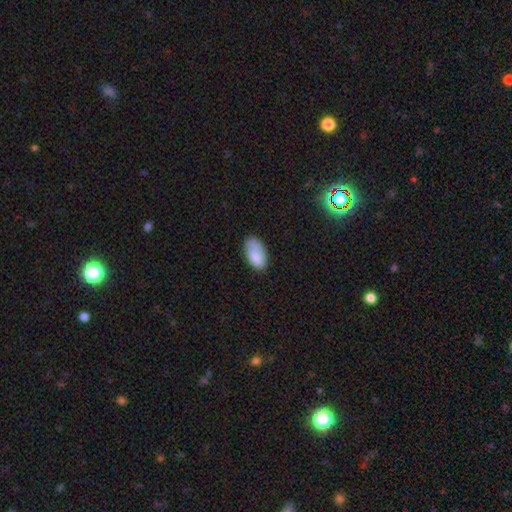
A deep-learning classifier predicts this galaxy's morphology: smooth-or-featured: smooth: 79% | featured or disk: 14% | star or artifact: 7%
  how-rounded: in between: 94% | round: 4% | cigar-shaped: 2%
  merging: none: 60% | minor disturbance: 27% | major disturbance: 10% | merger: 3%